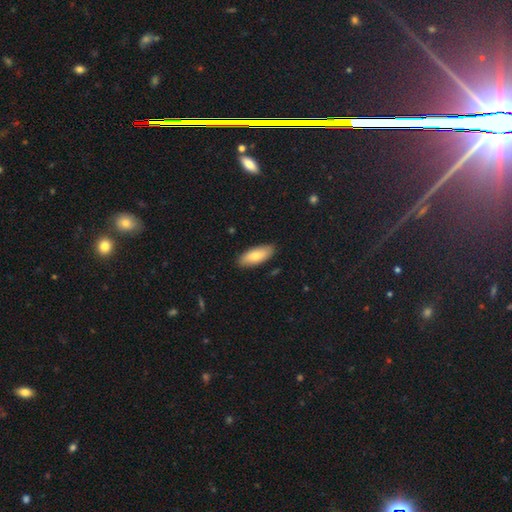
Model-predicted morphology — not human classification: Smooth or featured?
  - smooth: 78% *
  - featured or disk: 16%
  - star or artifact: 6%
How rounded?
  - in between: 82% *
  - cigar-shaped: 16%
  - round: 2%
Merging?
  - none: 87% *
  - minor disturbance: 10%
  - major disturbance: 2%
  - merger: 1%